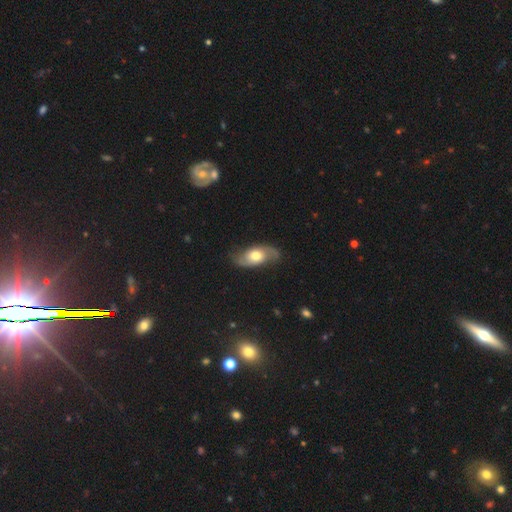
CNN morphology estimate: A featured or disk galaxy (66%) with no bar (76%), 2 (88%) loose (46%) spiral arms (85%) and a moderate central bulge (67%). Merging: none (75%).